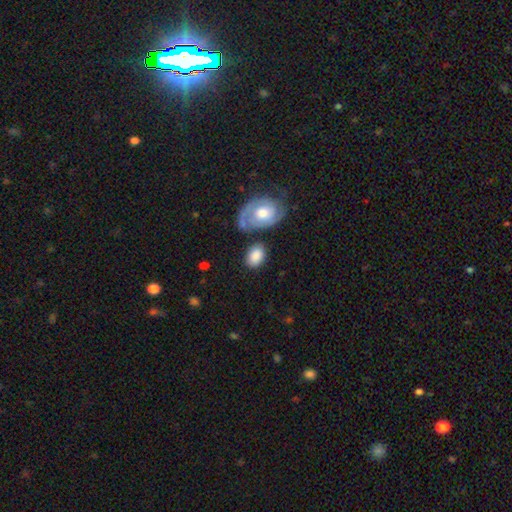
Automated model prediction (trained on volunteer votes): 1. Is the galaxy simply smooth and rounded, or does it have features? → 79% smooth, 15% featured or disk, 6% star or artifact.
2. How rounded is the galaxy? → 79% in between, 20% round, 1% cigar-shaped.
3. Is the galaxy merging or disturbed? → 64% none, 17% minor disturbance, 12% merger, 6% major disturbance.